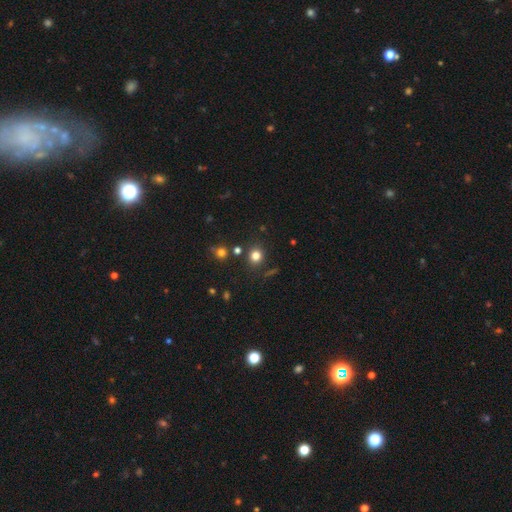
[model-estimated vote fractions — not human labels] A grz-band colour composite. It shows a smooth galaxy with no disk features (78%) that is round (85%). Merging: none (83%).